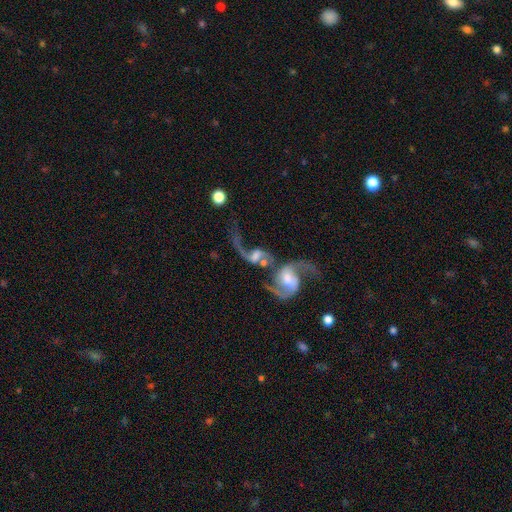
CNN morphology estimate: A featured or disk galaxy (78%) with a weak bar (44%), 2 (79%) loose (86%) spiral arms (90%) and a moderate central bulge (39%). Merging: merger (65%).